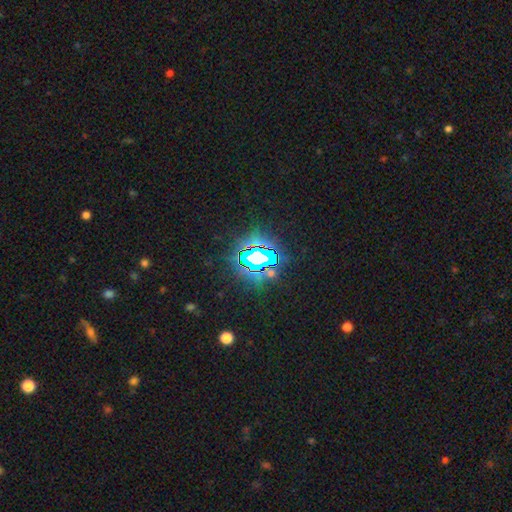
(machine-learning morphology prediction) smooth_or_featured: star or artifact (p=0.75) [alt: smooth p=0.14]